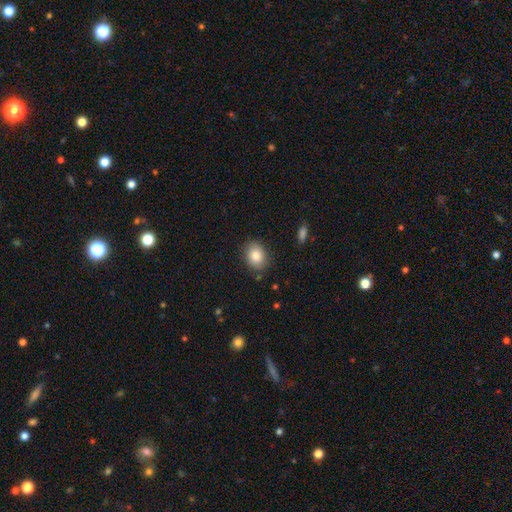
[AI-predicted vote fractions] A smooth galaxy with no disk features (84%) that is in between round and cigar-shaped (61%).

Vote fractions:
- Smooth or featured? smooth: 84% / star or artifact: 8% / featured or disk: 8%
- How rounded? in between: 61% / round: 38% / cigar-shaped: 1%
- Merging? none: 83% / minor disturbance: 12% / major disturbance: 3% / merger: 2%